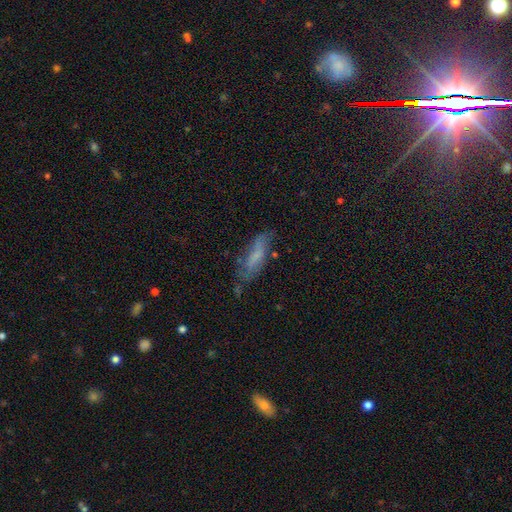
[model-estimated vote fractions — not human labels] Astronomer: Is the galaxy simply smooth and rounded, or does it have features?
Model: smooth — 57% (runner-up: featured or disk, 34%).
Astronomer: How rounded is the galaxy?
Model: cigar-shaped — 52% (runner-up: in between, 46%).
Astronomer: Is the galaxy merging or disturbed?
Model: none — 58%.